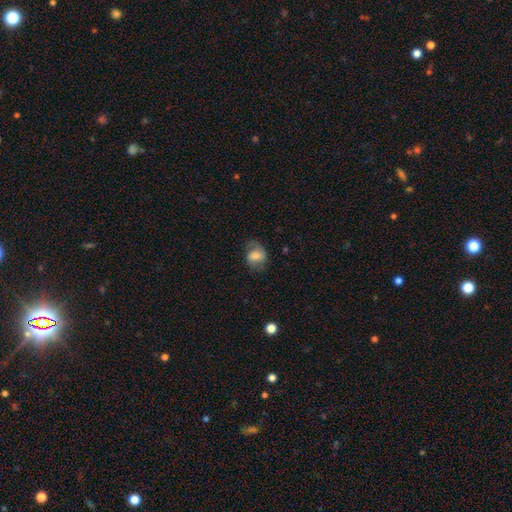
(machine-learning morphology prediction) This appears to be a smooth galaxy with no disk features (63%) that is in between round and cigar-shaped (61%). Merging: none (59%).